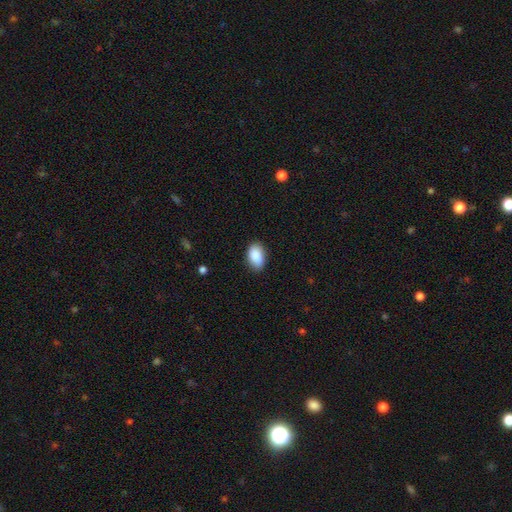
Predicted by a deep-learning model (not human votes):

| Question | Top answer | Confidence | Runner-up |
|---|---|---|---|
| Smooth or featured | smooth | 89% | star or artifact (7%) |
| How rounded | in between | 93% | round (6%) |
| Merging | none | 87% | minor disturbance (10%) |